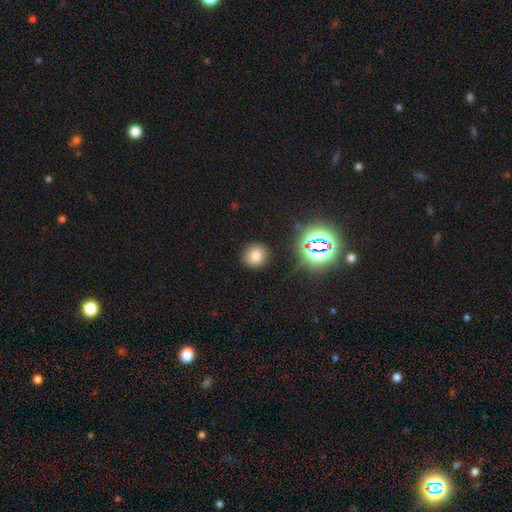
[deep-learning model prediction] Smooth or featured?
  - smooth: 72% *
  - star or artifact: 19%
  - featured or disk: 9%
How rounded?
  - round: 91% *
  - in between: 8%
  - cigar-shaped: 1%
Merging?
  - none: 89% *
  - minor disturbance: 7%
  - major disturbance: 2%
  - merger: 2%